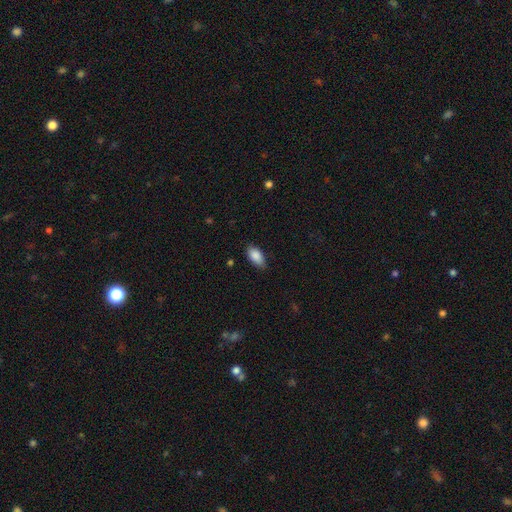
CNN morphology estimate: This appears to be a smooth galaxy with no disk features (88%) that is in between round and cigar-shaped (93%). Merging: none (80%).